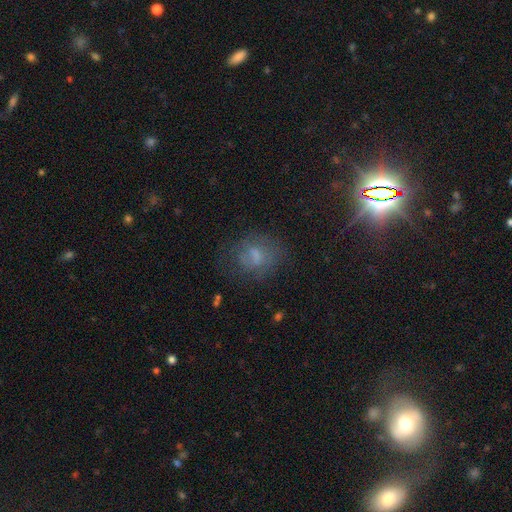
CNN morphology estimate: The model was most divided on "how rounded": round: 53%, in between: 45%, cigar-shaped: 2%. More confident: merging — none (58%); smooth or featured — smooth (54%).